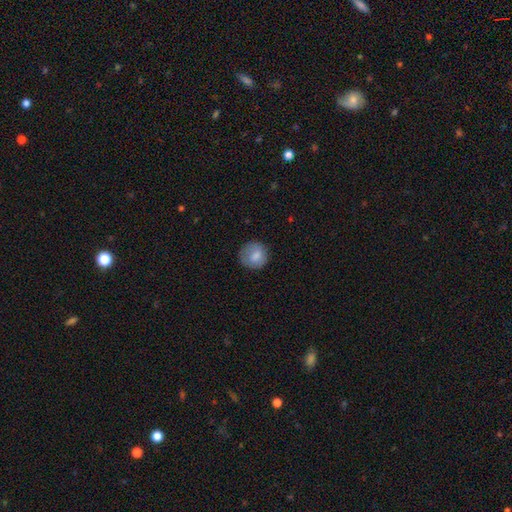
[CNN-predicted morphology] This appears to be a smooth galaxy with no disk features (79%) that is round (88%). Merging: none (77%).